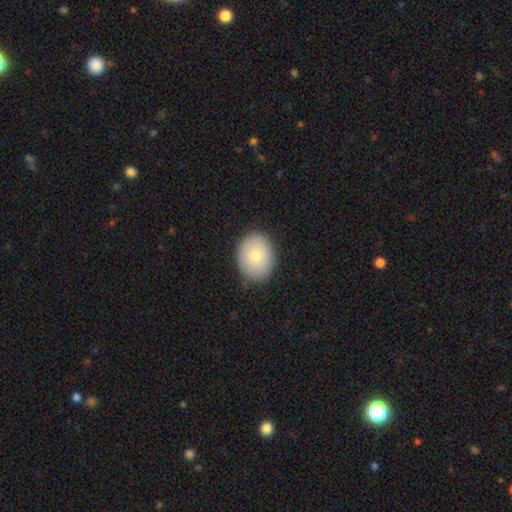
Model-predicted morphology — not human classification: The model was most divided on "how rounded": in between: 61%, round: 38%, cigar-shaped: 1%. More confident: merging — none (81%); smooth or featured — smooth (79%).